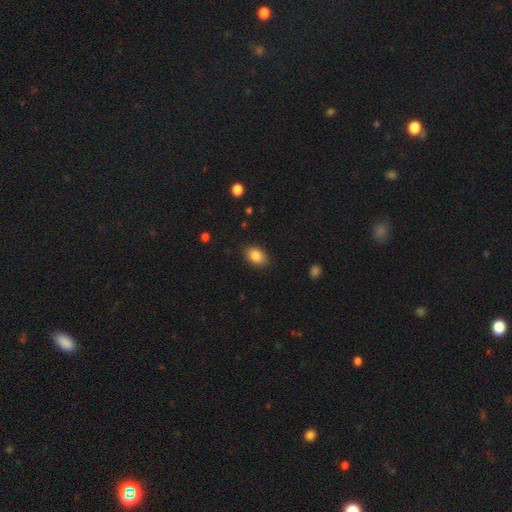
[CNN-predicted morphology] Smooth or featured?
  - smooth: 84% *
  - star or artifact: 8%
  - featured or disk: 7%
How rounded?
  - in between: 85% *
  - round: 14%
  - cigar-shaped: 1%
Merging?
  - none: 86% *
  - minor disturbance: 10%
  - major disturbance: 2%
  - merger: 1%